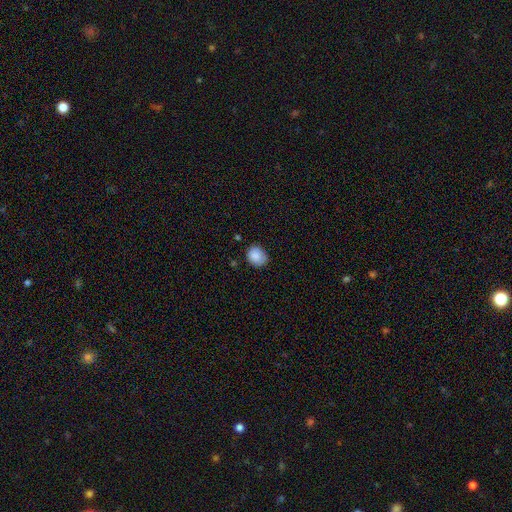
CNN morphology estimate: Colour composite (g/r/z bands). It shows a smooth galaxy with no disk features (87%) that is round (57%). Merging: none (71%).